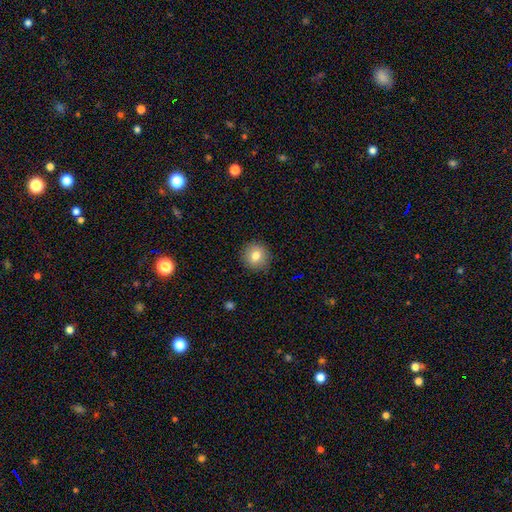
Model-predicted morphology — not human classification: smooth_or_featured: smooth (p=0.80) [alt: featured or disk p=0.10]
how_rounded: round (p=0.93) [alt: in between p=0.06]
merging: none (p=0.91) [alt: minor disturbance p=0.06]